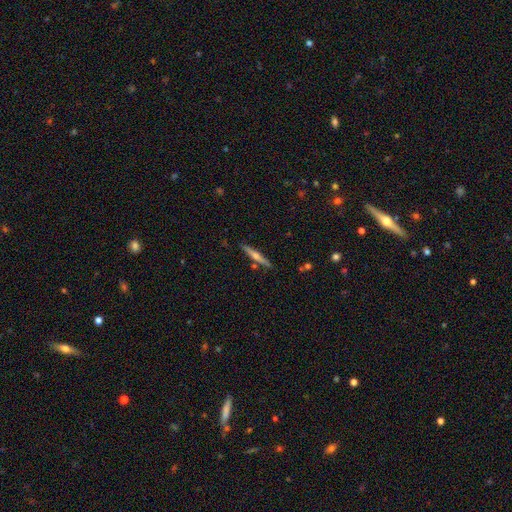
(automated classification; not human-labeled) Smooth or featured: featured or disk — 67% (smooth — 27%)
Edge-on disk: yes — 97% (no — 3%)
Edge-on bulge: rounded — 83% (none — 13%)
Merging: none — 88% (minor disturbance — 8%)